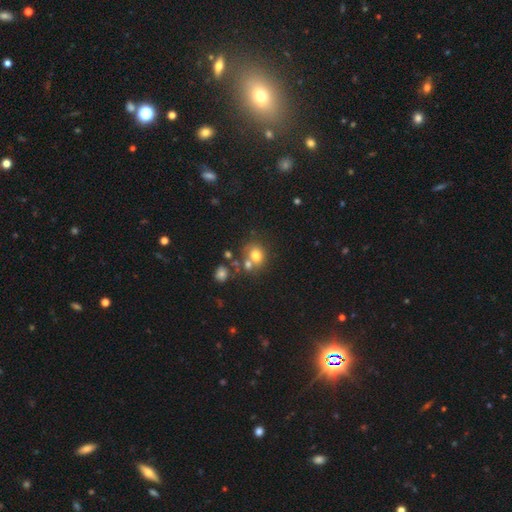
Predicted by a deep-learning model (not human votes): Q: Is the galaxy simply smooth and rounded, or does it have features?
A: smooth — 72%.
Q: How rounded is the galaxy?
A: round — 65%.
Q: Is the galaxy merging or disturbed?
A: none — 47%.